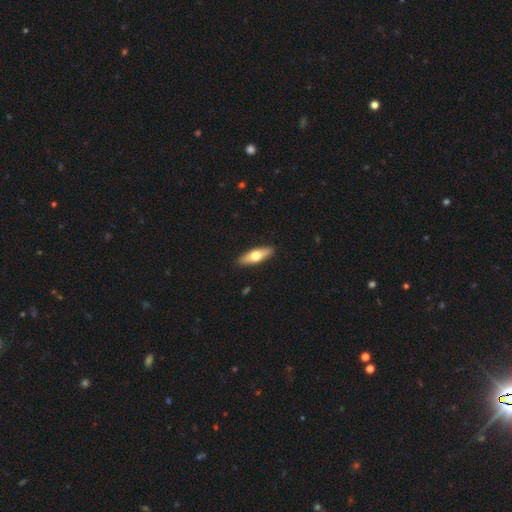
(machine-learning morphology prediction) This is possibly a smooth galaxy (54%). How rounded: possibly in between (49%). Merging: clearly none (90%).